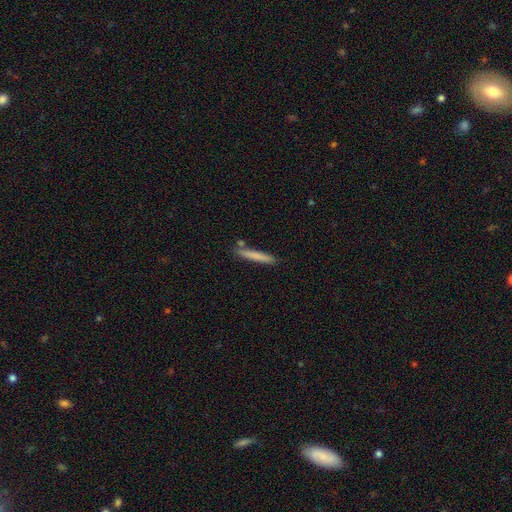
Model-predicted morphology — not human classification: The model was most divided on "smooth or featured": smooth: 75%, featured or disk: 19%, star or artifact: 6%. More confident: how rounded — cigar-shaped (95%); merging — none (83%).